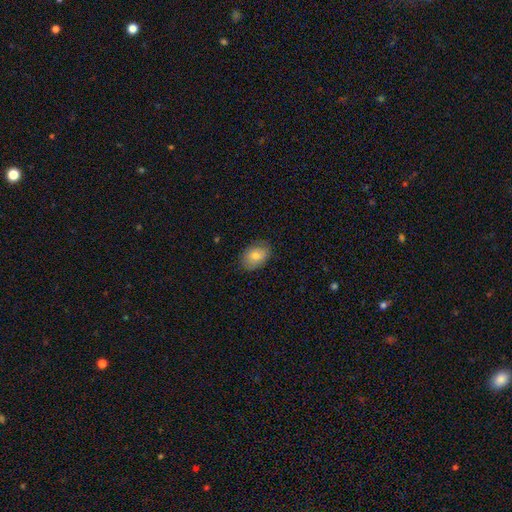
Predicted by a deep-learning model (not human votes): smooth 80%, featured or disk 13%, star or artifact 7%. Down the decision tree: how rounded — in between (81%); merging — none (81%).